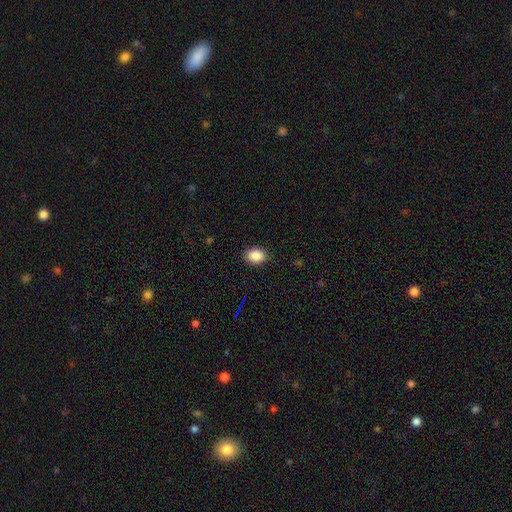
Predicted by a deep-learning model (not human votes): This appears to be a smooth galaxy with no disk features (88%) that is in between round and cigar-shaped (76%). Merging: none (86%).